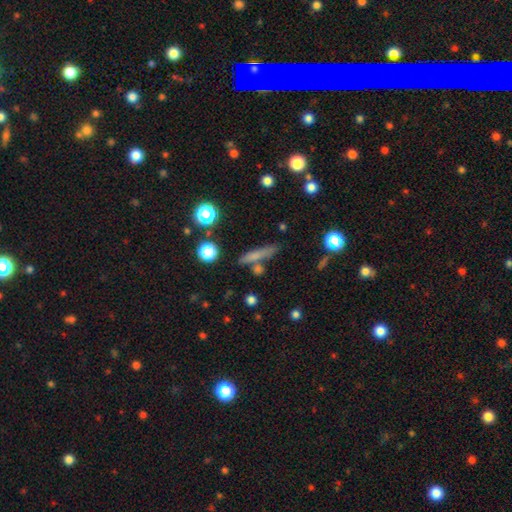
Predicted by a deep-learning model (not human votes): Morphology: type=smooth (65%); roundness=cigar-shaped (85%); merging=none (74%).